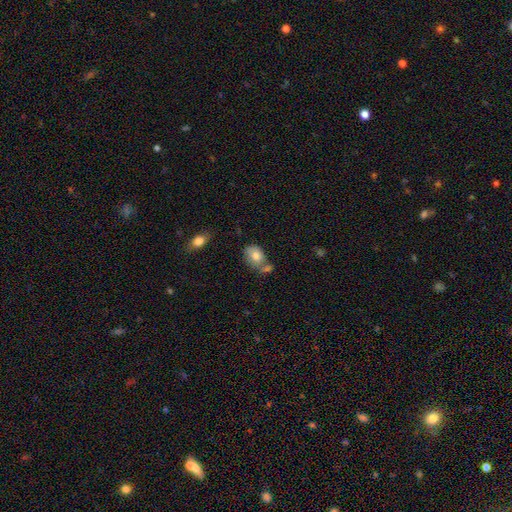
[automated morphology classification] smooth 75%, featured or disk 17%, star or artifact 7%. Down the decision tree: how rounded — in between (73%); merging — none (40%).